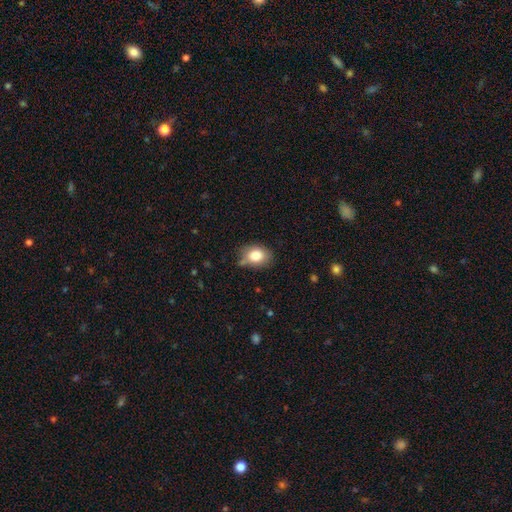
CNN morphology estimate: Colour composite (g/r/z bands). It shows a smooth galaxy with no disk features (82%) that is in between round and cigar-shaped (62%). Merging: none (70%).